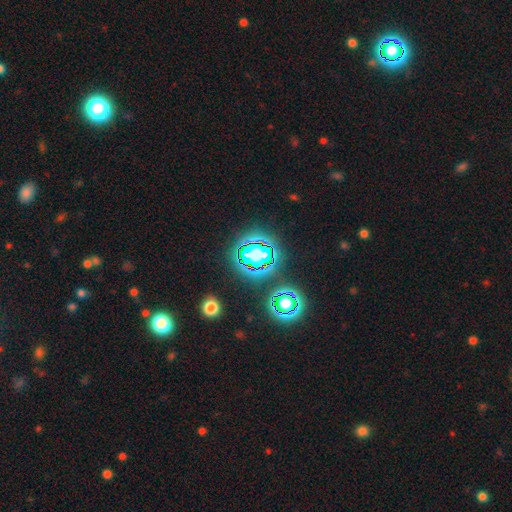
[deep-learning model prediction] Morphology: type=star or artifact (63%).